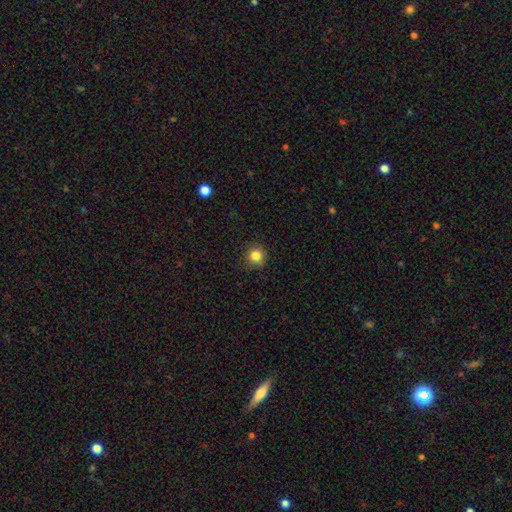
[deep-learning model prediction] The model was most divided on "smooth or featured": smooth: 84%, star or artifact: 11%, featured or disk: 5%. More confident: how rounded — round (91%); merging — none (87%).